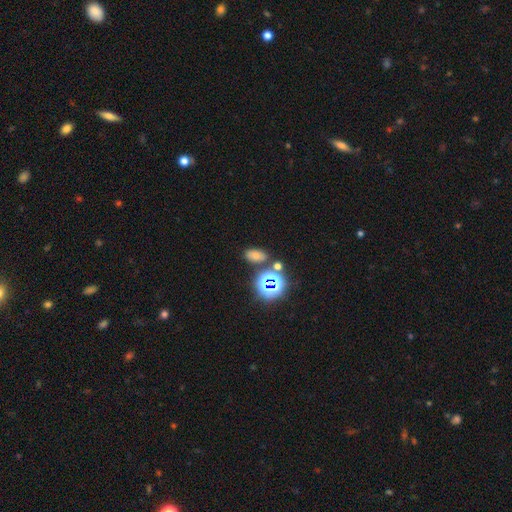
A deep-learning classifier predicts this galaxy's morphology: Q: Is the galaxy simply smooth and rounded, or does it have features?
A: smooth — 60%.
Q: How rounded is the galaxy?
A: in between — 85%.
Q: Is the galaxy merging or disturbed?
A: none — 76%.